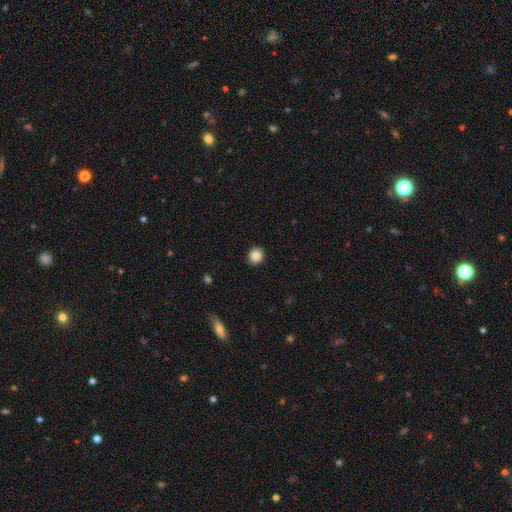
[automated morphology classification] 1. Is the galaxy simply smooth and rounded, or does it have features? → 87% smooth, 9% star or artifact, 4% featured or disk.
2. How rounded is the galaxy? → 86% round, 13% in between, 1% cigar-shaped.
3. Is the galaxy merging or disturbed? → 92% none, 5% minor disturbance, 2% major disturbance, 1% merger.